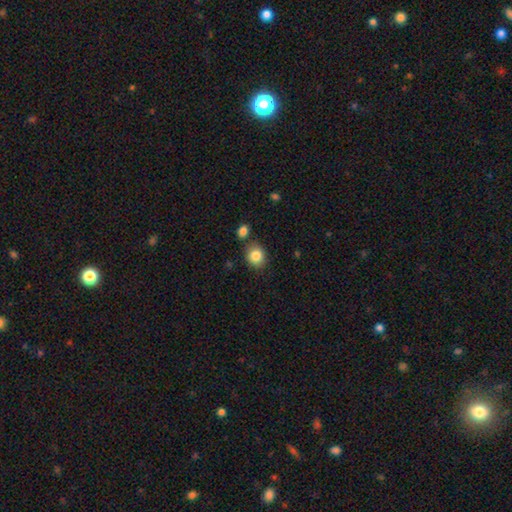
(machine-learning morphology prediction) smooth_or_featured: smooth (p=0.85) [alt: star or artifact p=0.09]
how_rounded: round (p=0.71) [alt: in between p=0.28]
merging: none (p=0.77) [alt: minor disturbance p=0.11]